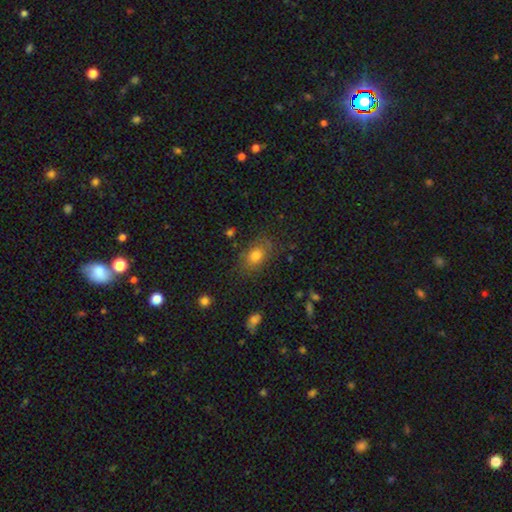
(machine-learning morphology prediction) This is likely a smooth galaxy (64%). How rounded: likely in between (77%). Merging: likely none (70%).